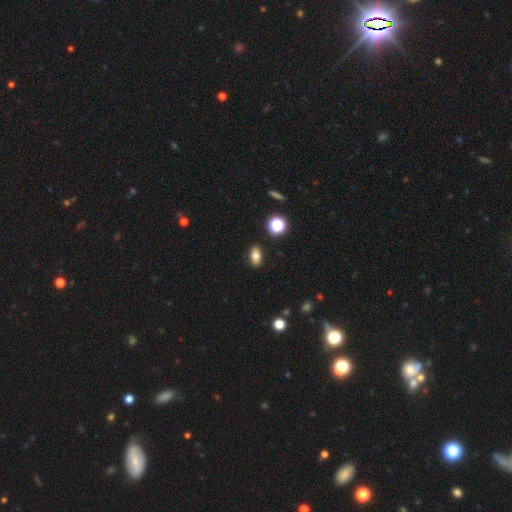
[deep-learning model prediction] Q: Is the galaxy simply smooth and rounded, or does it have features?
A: smooth — 75%.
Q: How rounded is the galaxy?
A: in between — 85%.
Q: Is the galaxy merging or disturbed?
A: none — 88%.